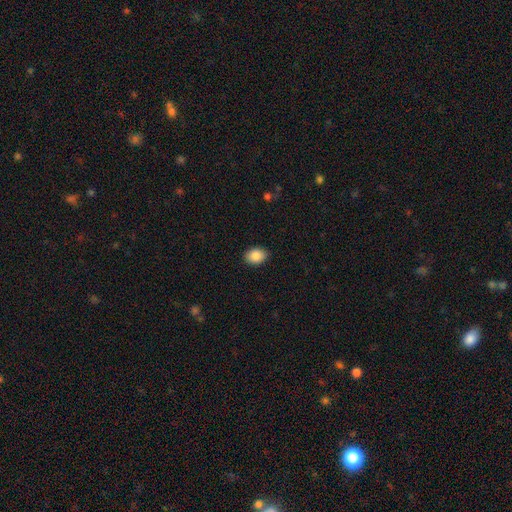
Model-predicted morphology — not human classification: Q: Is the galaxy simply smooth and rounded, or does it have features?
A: smooth — 88%.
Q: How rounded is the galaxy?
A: in between — 76%.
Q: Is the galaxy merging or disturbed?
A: none — 88%.